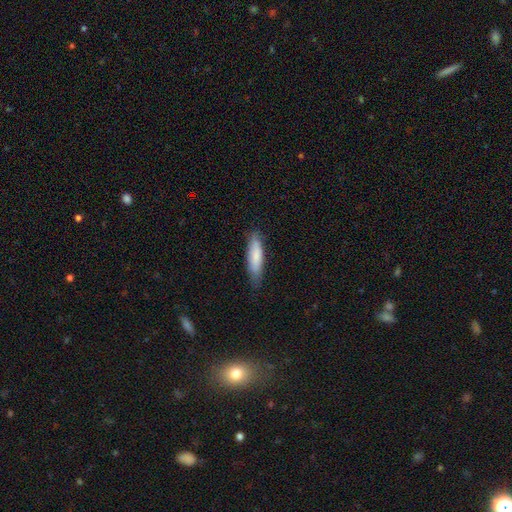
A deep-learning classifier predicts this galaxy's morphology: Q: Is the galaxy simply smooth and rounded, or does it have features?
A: smooth — 79%.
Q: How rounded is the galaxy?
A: cigar-shaped — 66%.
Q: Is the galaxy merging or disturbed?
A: none — 77%.